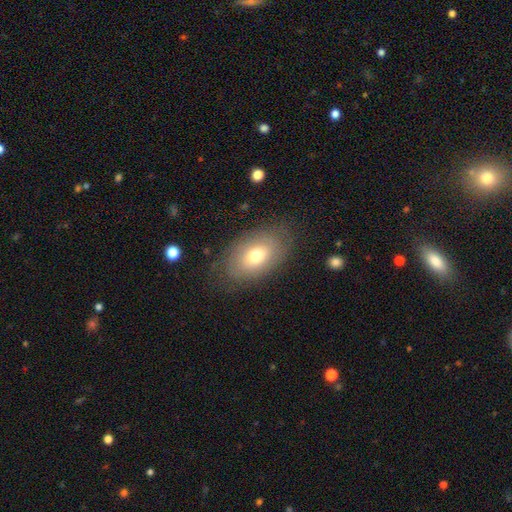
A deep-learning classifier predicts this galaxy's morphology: smooth 60%, featured or disk 31%, star or artifact 9%. Down the decision tree: how rounded — in between (89%); merging — none (77%).